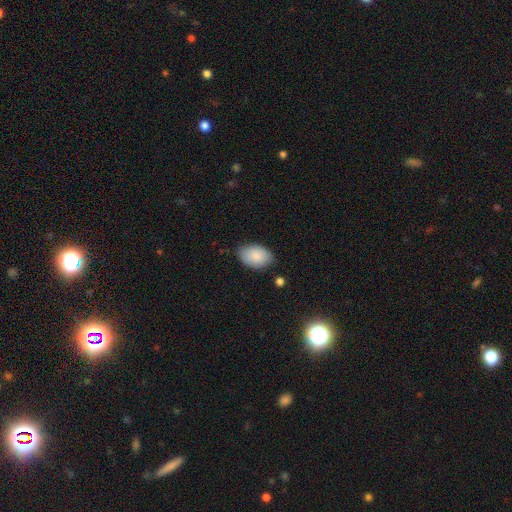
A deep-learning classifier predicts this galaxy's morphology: A smooth galaxy with no disk features (87%) that is in between round and cigar-shaped (90%).

Vote fractions:
- Smooth or featured? smooth: 87% / featured or disk: 6% / star or artifact: 6%
- How rounded? in between: 90% / round: 9% / cigar-shaped: 1%
- Merging? none: 78% / minor disturbance: 17% / major disturbance: 3% / merger: 2%